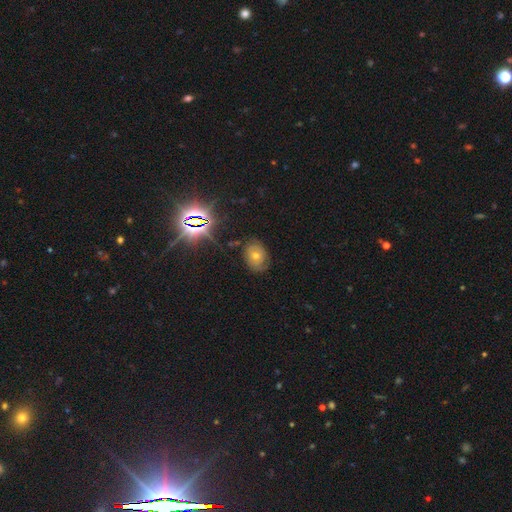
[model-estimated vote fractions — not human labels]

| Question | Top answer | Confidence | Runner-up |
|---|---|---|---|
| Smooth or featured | star or artifact | 38% | featured or disk (35%) |